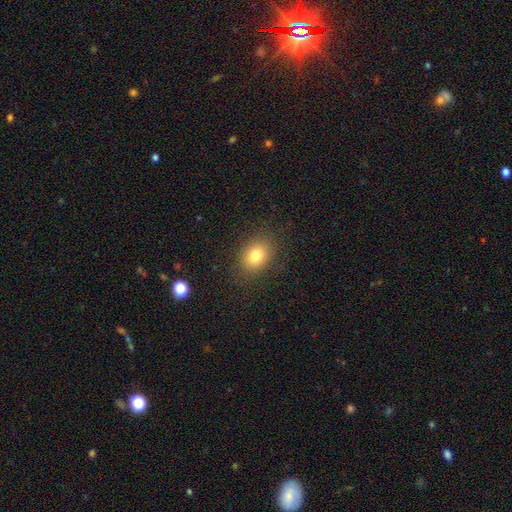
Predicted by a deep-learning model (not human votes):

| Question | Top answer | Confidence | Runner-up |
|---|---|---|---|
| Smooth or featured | smooth | 79% | star or artifact (12%) |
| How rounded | in between | 60% | round (39%) |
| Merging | none | 86% | minor disturbance (10%) |